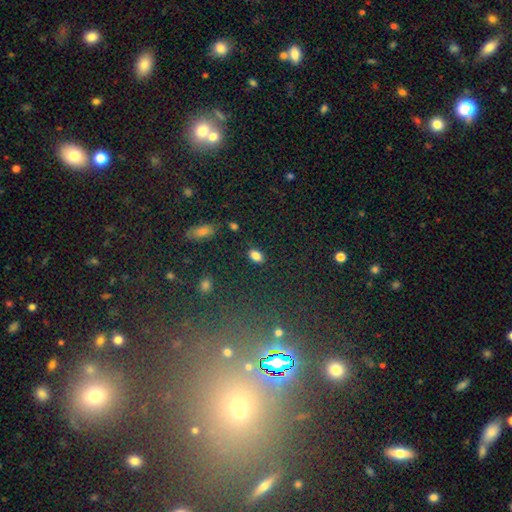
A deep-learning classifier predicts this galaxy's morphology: This is clearly a smooth galaxy (84%). How rounded: clearly in between (88%). Merging: clearly none (86%).